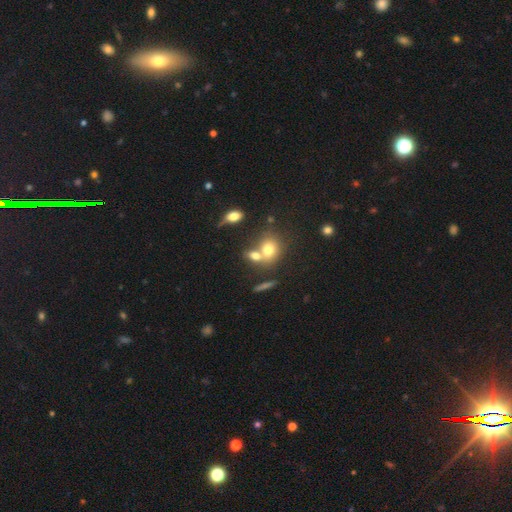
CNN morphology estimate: Smooth or featured? smooth (69%)
How rounded? in between (50%)
Merging? merger (48%)